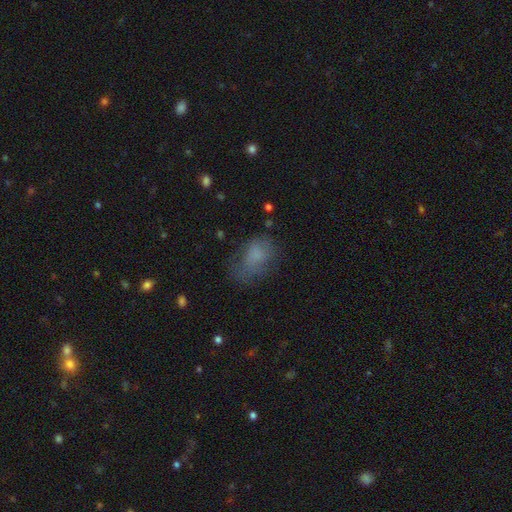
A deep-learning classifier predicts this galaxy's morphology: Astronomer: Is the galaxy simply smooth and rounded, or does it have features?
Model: smooth — 70%.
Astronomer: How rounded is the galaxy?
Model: in between — 80%.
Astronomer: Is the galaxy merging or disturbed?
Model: none — 45% (runner-up: minor disturbance, 28%).